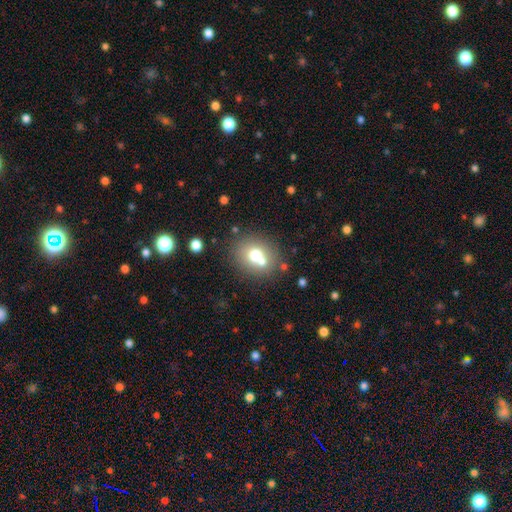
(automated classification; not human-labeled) Smooth or featured: smooth — 68% (featured or disk — 20%)
How rounded: round — 70% (in between — 29%)
Merging: none — 58% (merger — 28%)